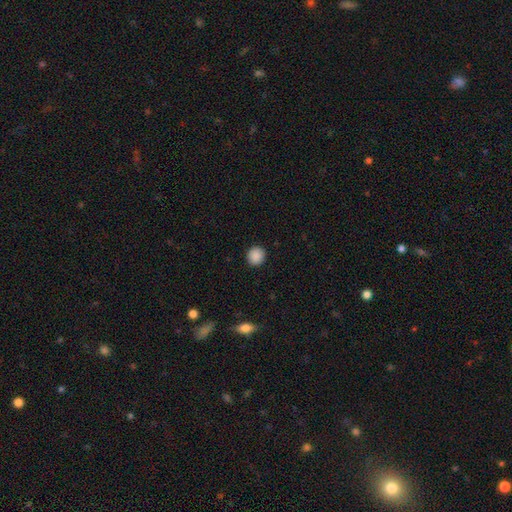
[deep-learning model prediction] Overall: smooth (89%). How rounded: round (90%). Merging: none (91%).